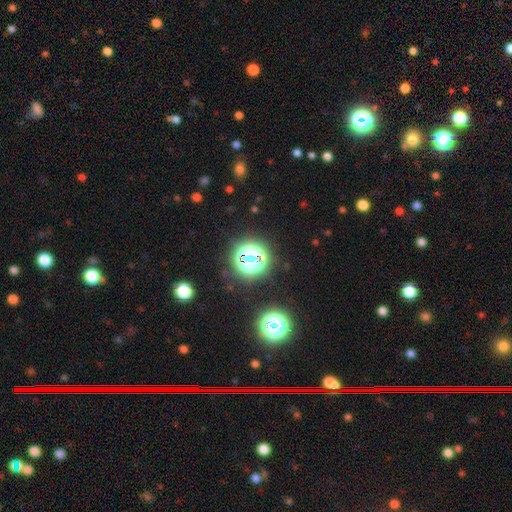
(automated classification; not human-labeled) This appears to be a star or artifact, not a galaxy (61%).